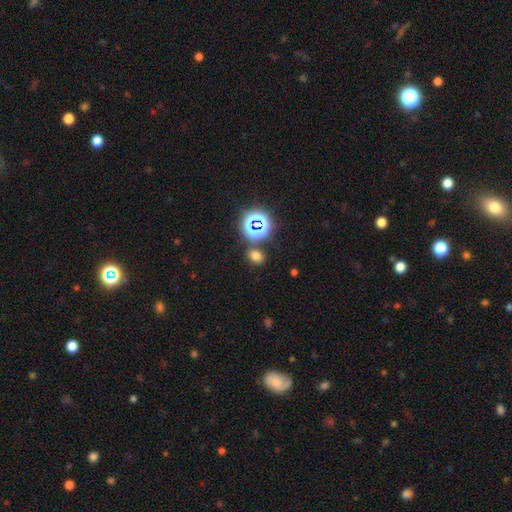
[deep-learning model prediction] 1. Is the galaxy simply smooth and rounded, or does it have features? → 65% smooth, 29% star or artifact, 6% featured or disk.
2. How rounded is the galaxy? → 63% in between, 36% round, 1% cigar-shaped.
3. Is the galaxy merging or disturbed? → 79% none, 10% minor disturbance, 8% merger, 4% major disturbance.